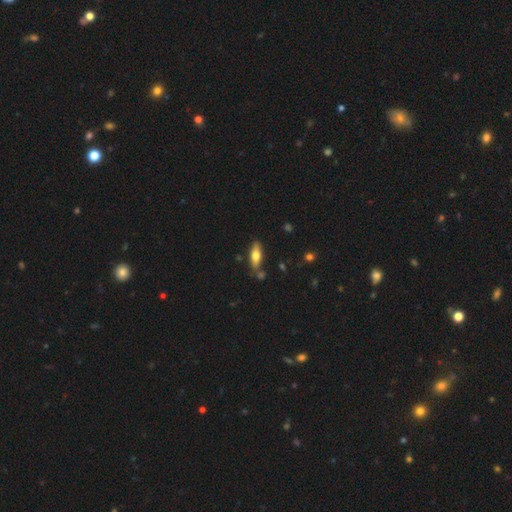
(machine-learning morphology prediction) The model was most divided on "how rounded": in between: 58%, cigar-shaped: 39%, round: 2%. More confident: merging — none (75%); smooth or featured — smooth (65%).